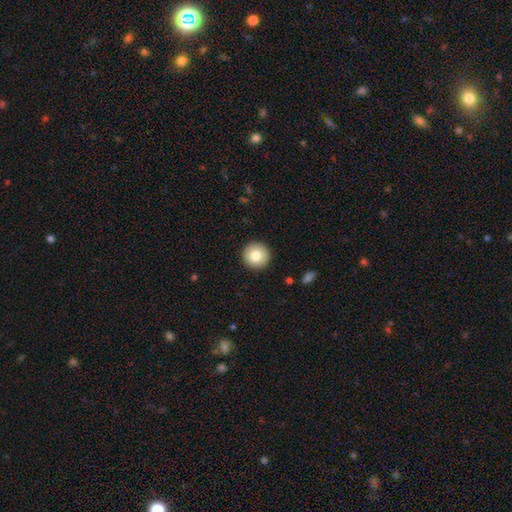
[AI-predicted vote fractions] Smooth or featured? smooth (79%)
How rounded? round (96%)
Merging? none (93%)